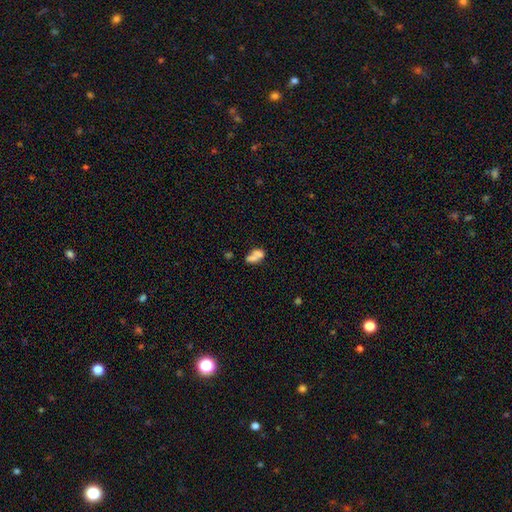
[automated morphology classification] smooth 65%, featured or disk 23%, star or artifact 12%. Down the decision tree: how rounded — in between (77%); merging — merger (54%).